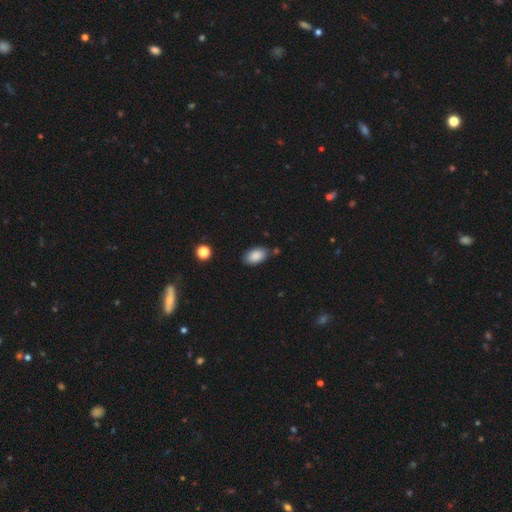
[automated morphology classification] type=smooth (88%); roundness=in between (93%); merging=none (78%).